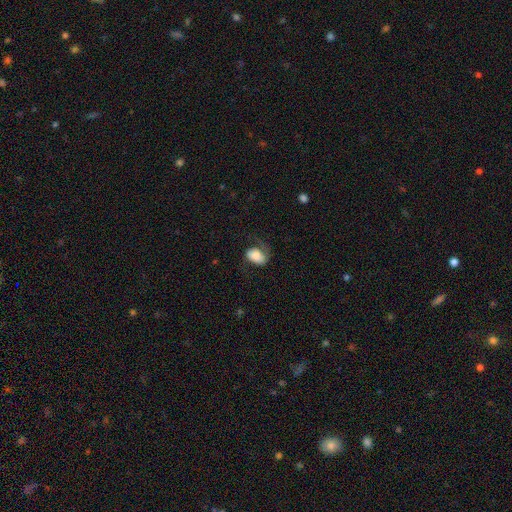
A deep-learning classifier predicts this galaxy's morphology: Overall: smooth (59%; featured or disk 32%). How rounded: in between (84%). Merging: none (44%; major disturbance 30%).